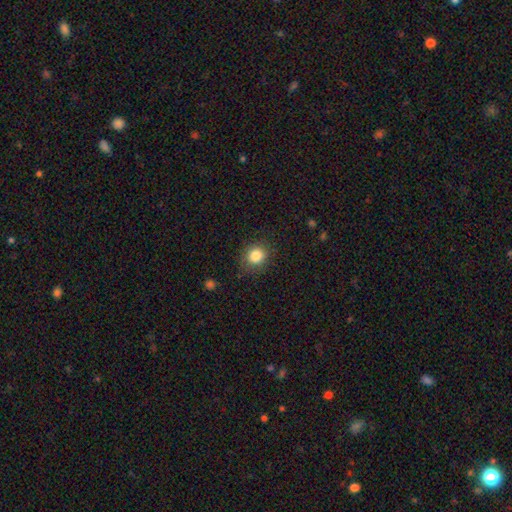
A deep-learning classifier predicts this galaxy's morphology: A smooth galaxy with no disk features (85%) that is round (77%). Merging: none (82%).